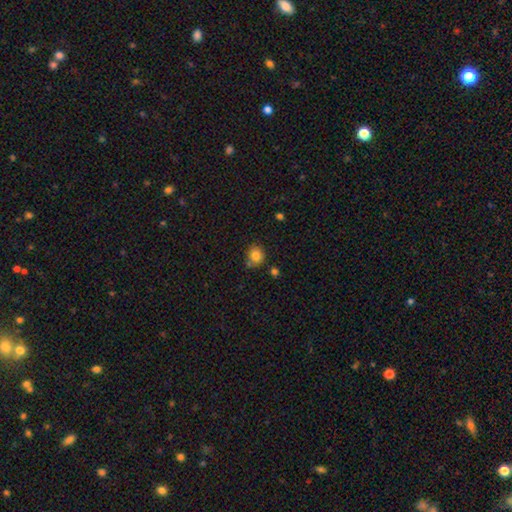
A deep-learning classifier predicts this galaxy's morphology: Smooth or featured?
  - smooth: 82% *
  - star or artifact: 11%
  - featured or disk: 7%
How rounded?
  - round: 77% *
  - in between: 22%
  - cigar-shaped: 1%
Merging?
  - none: 72% *
  - minor disturbance: 17%
  - merger: 8%
  - major disturbance: 3%